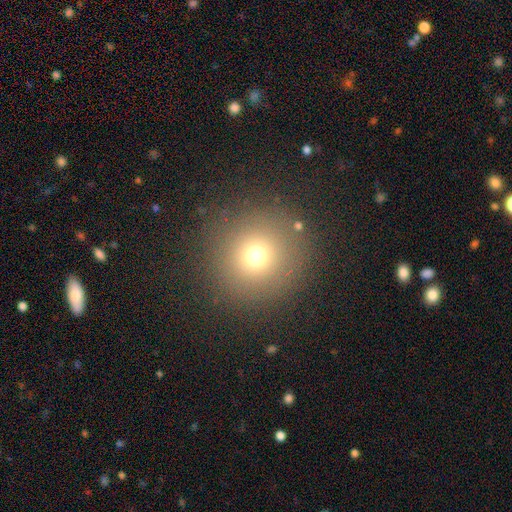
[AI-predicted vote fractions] Overall: smooth (70%). How rounded: round (94%). Merging: none (87%).